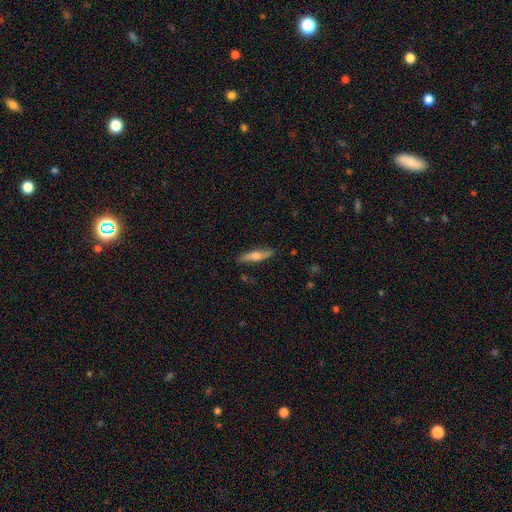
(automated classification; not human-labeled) Smooth or featured? featured or disk (55%)
Edge-on disk? yes (86%)
Merging? none (86%)